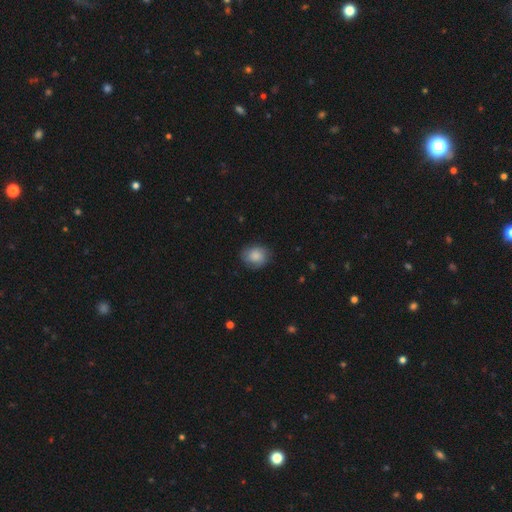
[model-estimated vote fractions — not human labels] The model was most divided on "how rounded": round: 57%, in between: 42%, cigar-shaped: 1%. More confident: smooth or featured — smooth (82%); merging — none (79%).